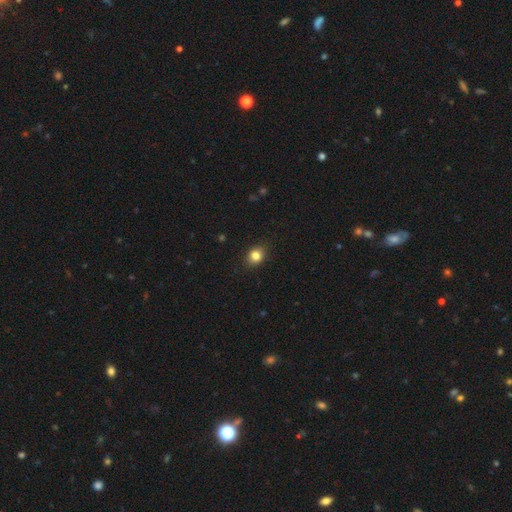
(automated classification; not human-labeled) Q: Smooth or featured?
A: smooth (83%); runner-up: star or artifact (11%)
Q: How rounded?
A: round (59%); runner-up: in between (40%)
Q: Merging?
A: none (87%); runner-up: minor disturbance (10%)